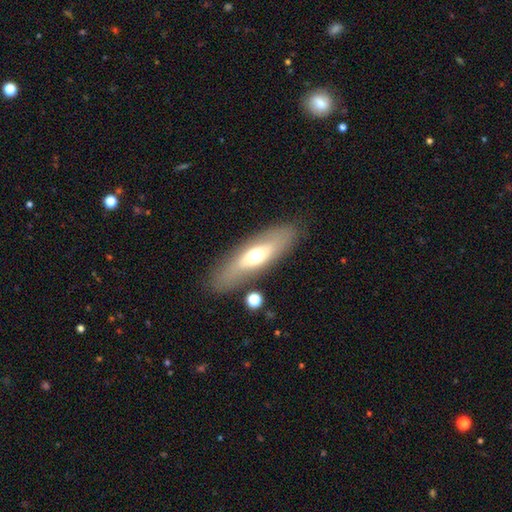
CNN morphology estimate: Smooth or featured? smooth (51%)
How rounded? in between (55%)
Merging? none (82%)